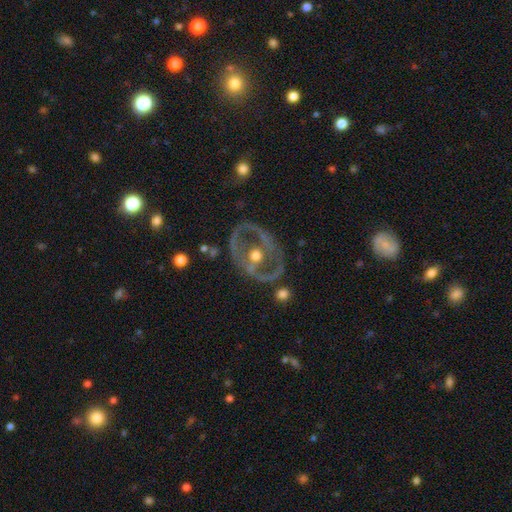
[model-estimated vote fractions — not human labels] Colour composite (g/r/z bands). It shows a featured or disk galaxy (72%) with no bar (80%), no spiral arms (74%) and a moderate central bulge (76%). Merging: none (67%).